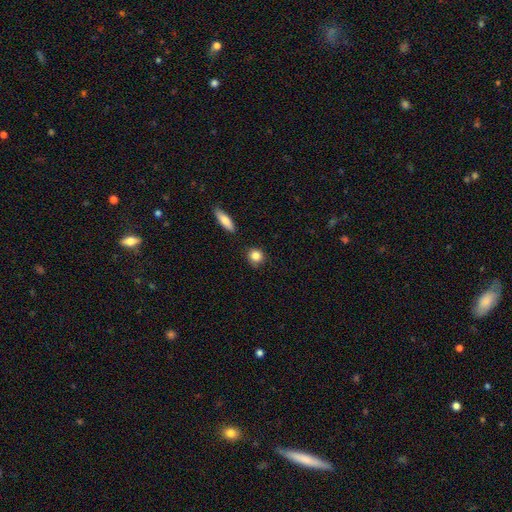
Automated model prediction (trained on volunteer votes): A smooth galaxy with no disk features (85%) that is round (83%). Merging: none (82%).